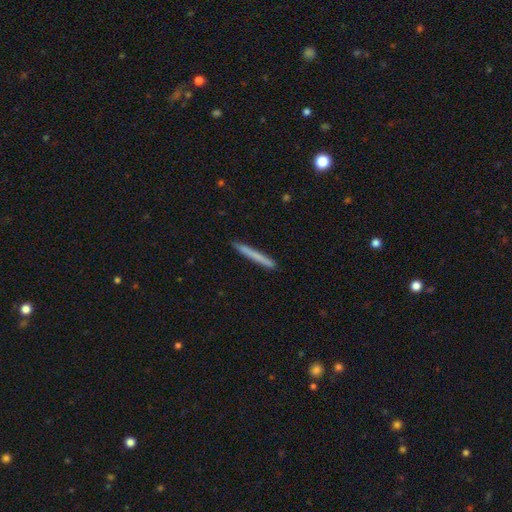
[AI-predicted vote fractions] This is likely a smooth galaxy (69%). How rounded: clearly cigar-shaped (97%). Merging: clearly none (91%).